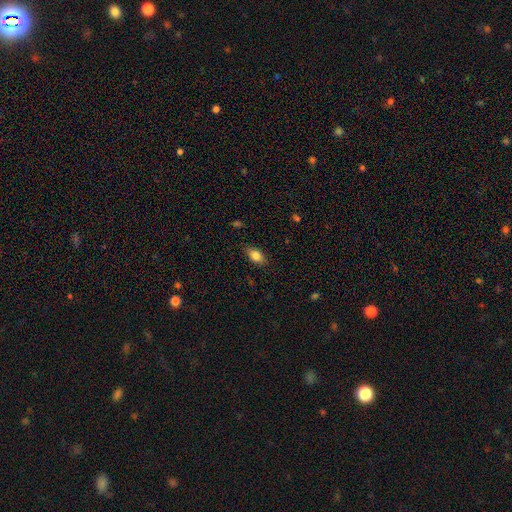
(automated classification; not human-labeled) A smooth galaxy with no disk features (81%) that is in between round and cigar-shaped (87%). Merging: none (85%).